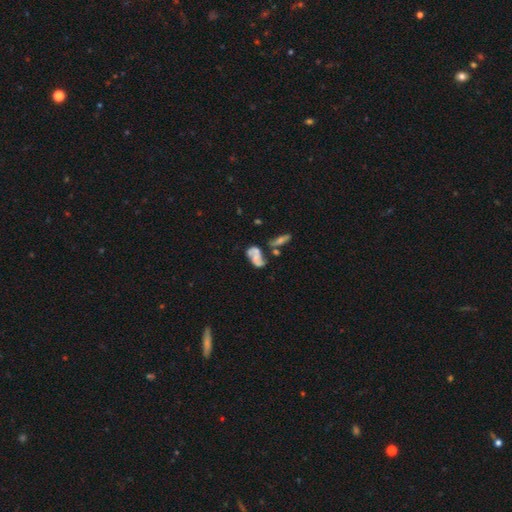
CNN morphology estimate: smooth-or-featured: featured or disk: 59% | smooth: 31% | star or artifact: 10%
  disk-edge-on: no: 94% | yes: 6%
    bar: no: 70% | weak: 24% | strong: 6%
    has-spiral-arms: yes: 71% | no: 29%
    bulge-size: none: 39% | small: 34% | moderate: 21% | large: 5% | dominant: 2%
  merging: none: 34% | merger: 30% | minor disturbance: 19% | major disturbance: 16%